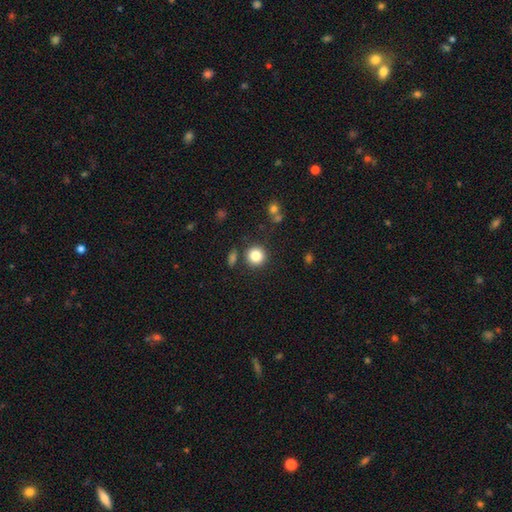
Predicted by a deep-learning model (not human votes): This appears to be a smooth galaxy with no disk features (83%) that is round (92%). Merging: none (85%).